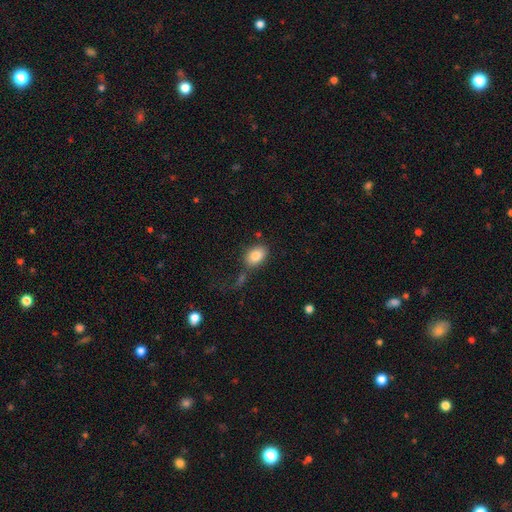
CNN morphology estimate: Overall: smooth (83%). How rounded: in between (81%). Merging: none (68%).